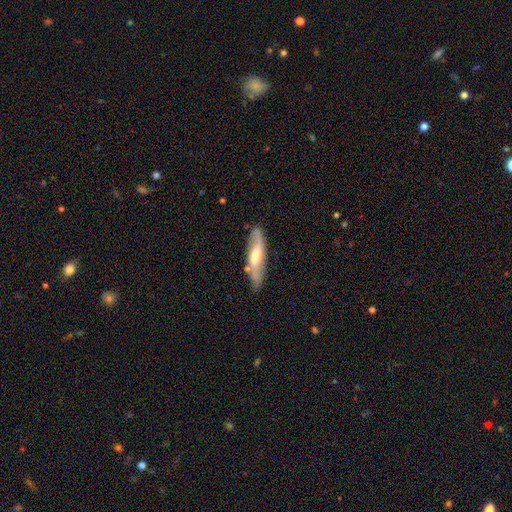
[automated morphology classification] A featured or disk galaxy (58%).

Vote fractions:
- Smooth or featured? featured or disk: 58% / smooth: 36% / star or artifact: 6%
- Edge-on disk? no: 64% / yes: 36%
- Merging? none: 71% / minor disturbance: 20% / major disturbance: 5% / merger: 4%